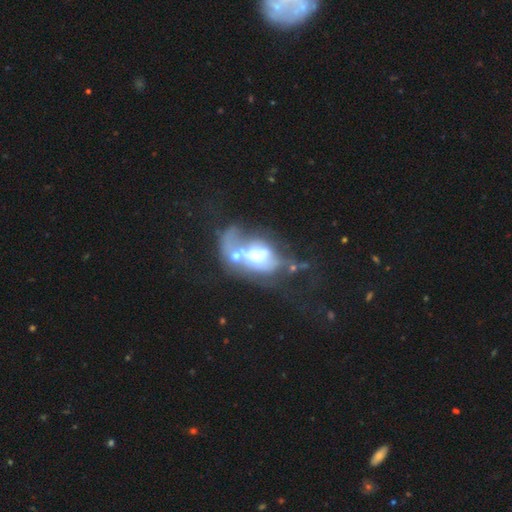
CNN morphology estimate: type=featured or disk (57%); edge-on=no (94%); bar=no (76%); spiral arms=no (76%); bulge=moderate (60%); merging=merger (56%).